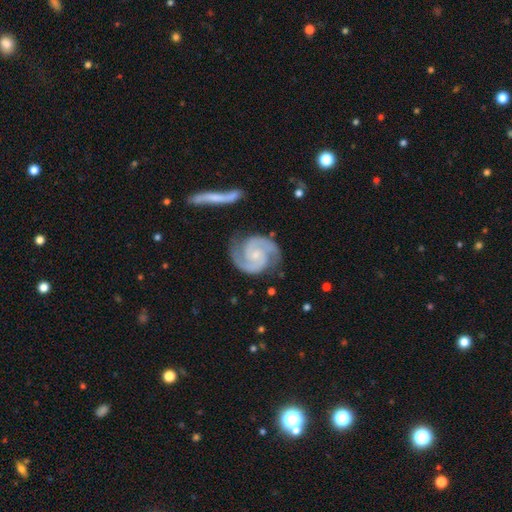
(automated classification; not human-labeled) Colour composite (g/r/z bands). It shows a featured or disk galaxy (92%) with no bar (64%), 2 (93%) tight (48%) spiral arms (99%) and a small central bulge (67%). Merging: none (79%).